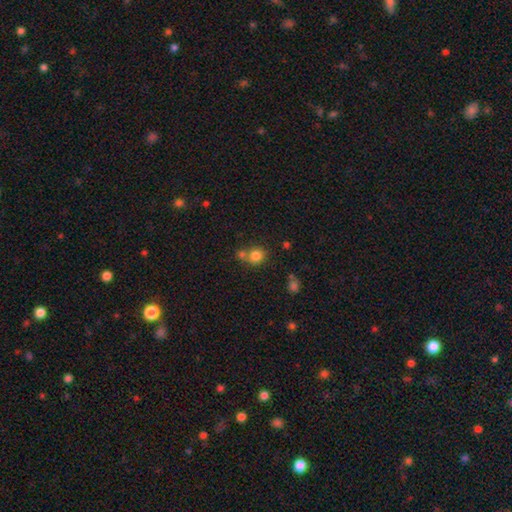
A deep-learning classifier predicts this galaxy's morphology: A smooth galaxy with no disk features (81%) that is round (86%). Merging: none (56%).